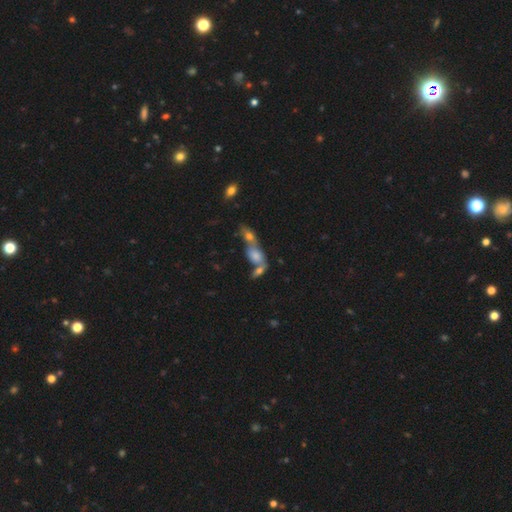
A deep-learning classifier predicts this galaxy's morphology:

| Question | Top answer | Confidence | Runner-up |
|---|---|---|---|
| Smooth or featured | smooth | 65% | featured or disk (22%) |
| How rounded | in between | 75% | round (14%) |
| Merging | merger | 69% | none (19%) |